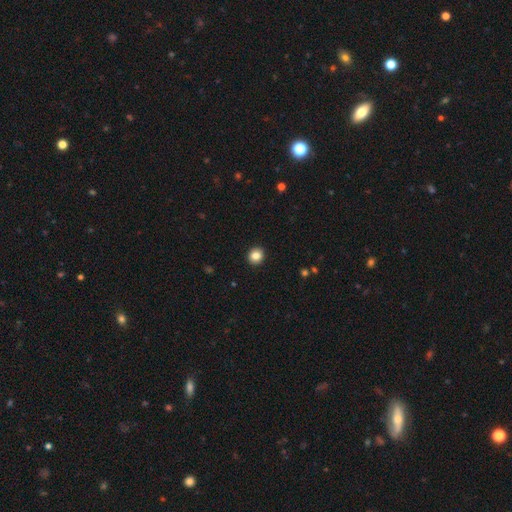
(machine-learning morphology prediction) smooth-or-featured: smooth: 85% | star or artifact: 10% | featured or disk: 5%
  how-rounded: round: 88% | in between: 11% | cigar-shaped: 1%
  merging: none: 93% | minor disturbance: 5% | major disturbance: 2% | merger: 1%